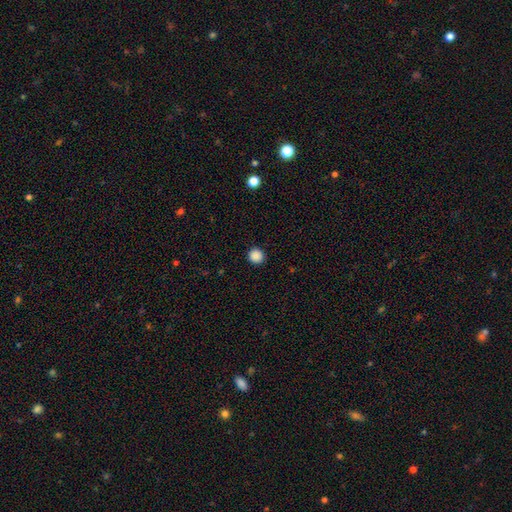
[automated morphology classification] Smooth or featured? smooth (88%)
How rounded? round (93%)
Merging? none (92%)